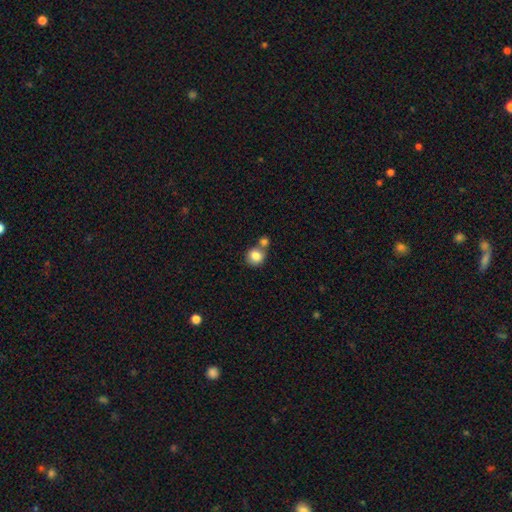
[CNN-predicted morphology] Smooth or featured? Predicted: smooth (p=0.84). How rounded? Predicted: round (p=0.82). Merging? Predicted: none (p=0.50).